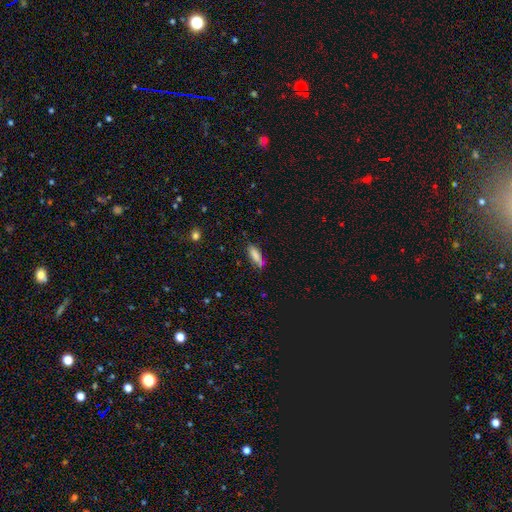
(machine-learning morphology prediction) smooth-or-featured: smooth: 82% | featured or disk: 10% | star or artifact: 8%
  how-rounded: in between: 56% | cigar-shaped: 42% | round: 2%
  merging: none: 70% | minor disturbance: 21% | merger: 5% | major disturbance: 4%